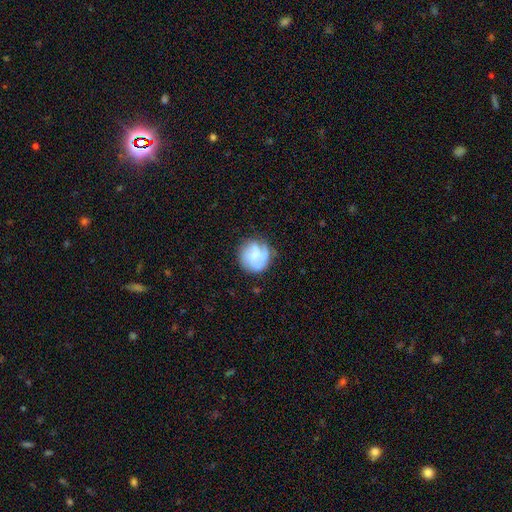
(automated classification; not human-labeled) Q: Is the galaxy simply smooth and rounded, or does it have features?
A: featured or disk — 48%.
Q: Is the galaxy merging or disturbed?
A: none — 65%.